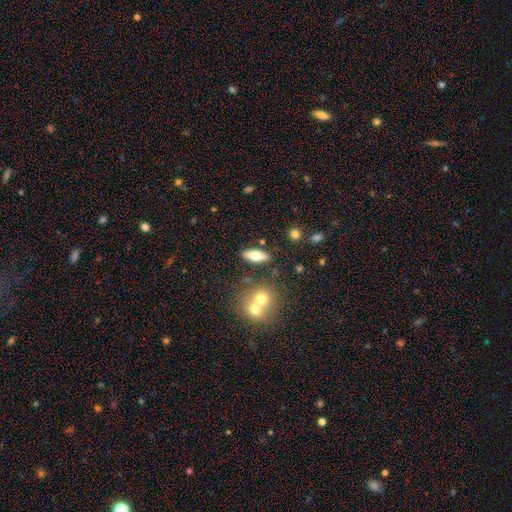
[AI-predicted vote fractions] Q: Smooth or featured?
A: smooth (60%); runner-up: featured or disk (32%)
Q: How rounded?
A: in between (66%); runner-up: cigar-shaped (30%)
Q: Merging?
A: none (79%); runner-up: minor disturbance (10%)